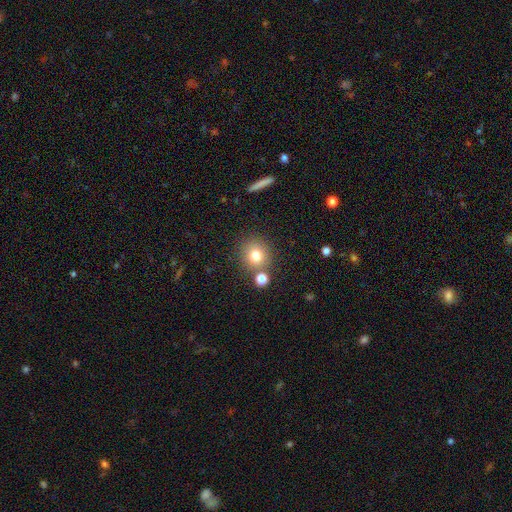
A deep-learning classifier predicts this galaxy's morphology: Overall: smooth (78%). How rounded: round (88%). Merging: none (75%).